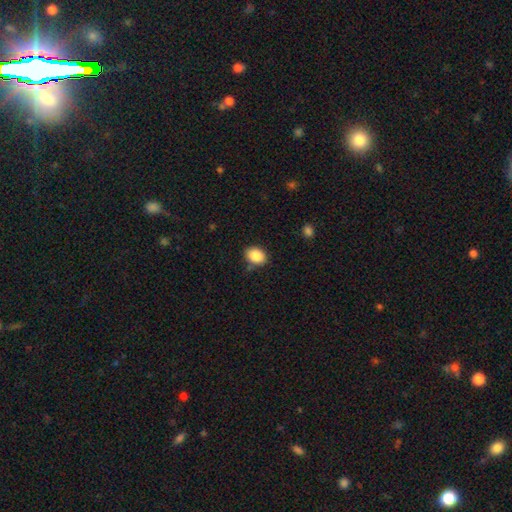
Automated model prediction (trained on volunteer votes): Morphology: type=smooth (87%); roundness=in between (66%); merging=none (84%).